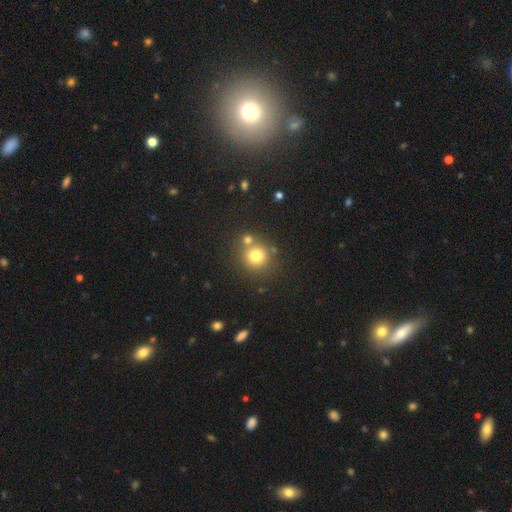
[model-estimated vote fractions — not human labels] Smooth or featured?
  - smooth: 75% *
  - star or artifact: 15%
  - featured or disk: 10%
How rounded?
  - round: 91% *
  - in between: 8%
  - cigar-shaped: 1%
Merging?
  - none: 67% *
  - merger: 22%
  - minor disturbance: 8%
  - major disturbance: 3%